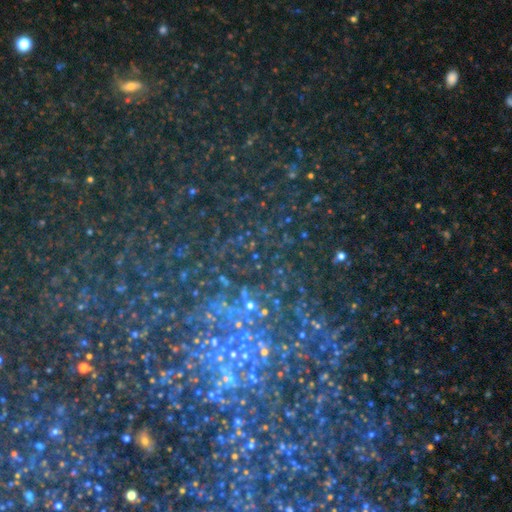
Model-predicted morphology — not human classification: Smooth or featured? star or artifact (83%)